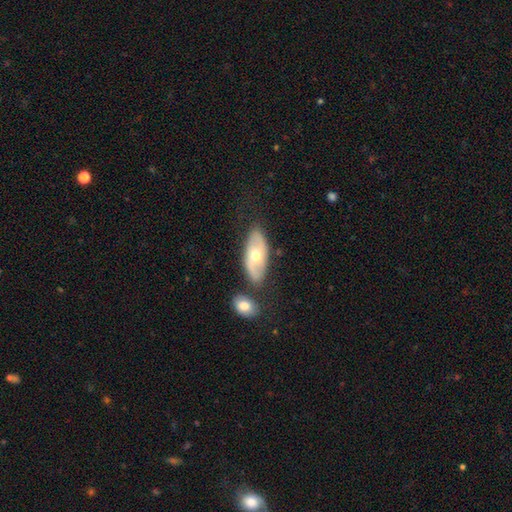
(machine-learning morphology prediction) This is possibly a featured or disk galaxy (50%). It is clearly not viewed edge-on (82%). Merging: likely none (69%).